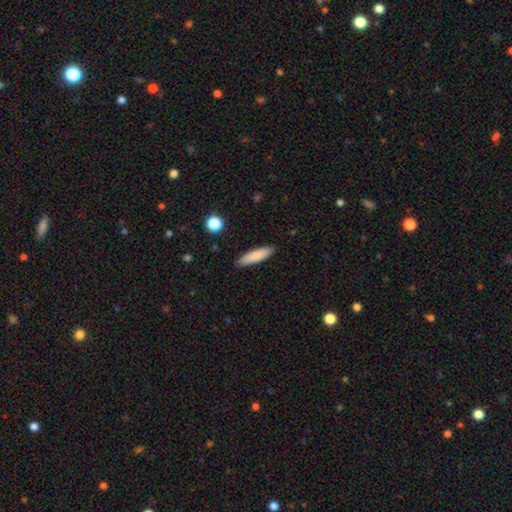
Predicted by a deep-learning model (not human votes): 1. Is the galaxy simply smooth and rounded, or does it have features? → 84% smooth, 10% featured or disk, 6% star or artifact.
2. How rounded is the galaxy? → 73% cigar-shaped, 25% in between, 1% round.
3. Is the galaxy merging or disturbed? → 88% none, 9% minor disturbance, 2% major disturbance, 1% merger.